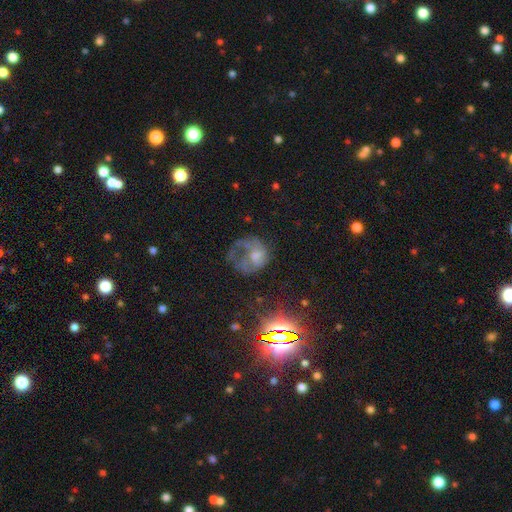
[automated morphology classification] Smooth or featured? Predicted: featured or disk (p=0.50). Merging? Predicted: major disturbance (p=0.44).